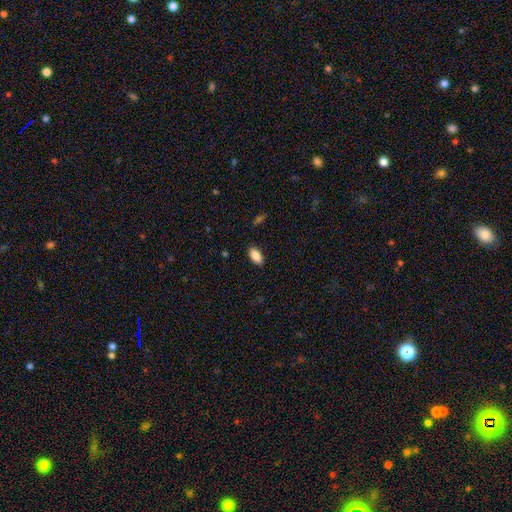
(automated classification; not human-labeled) smooth_or_featured: smooth (p=0.87) [alt: star or artifact p=0.07]
how_rounded: in between (p=0.91) [alt: cigar-shaped p=0.07]
merging: none (p=0.88) [alt: minor disturbance p=0.09]